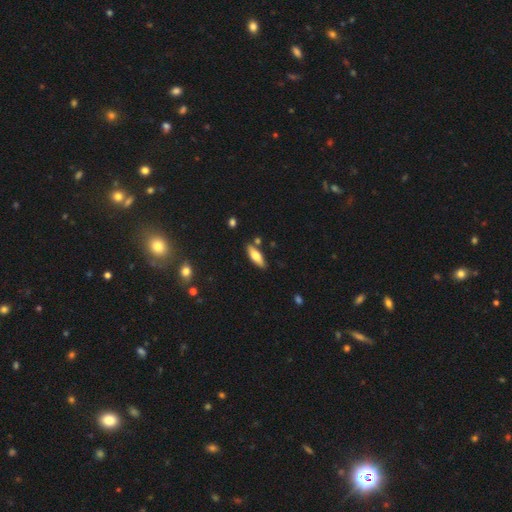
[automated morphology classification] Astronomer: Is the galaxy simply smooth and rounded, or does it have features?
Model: smooth — 65%.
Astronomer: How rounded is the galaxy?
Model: in between — 57% (runner-up: cigar-shaped, 41%).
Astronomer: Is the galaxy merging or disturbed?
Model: none — 82%.